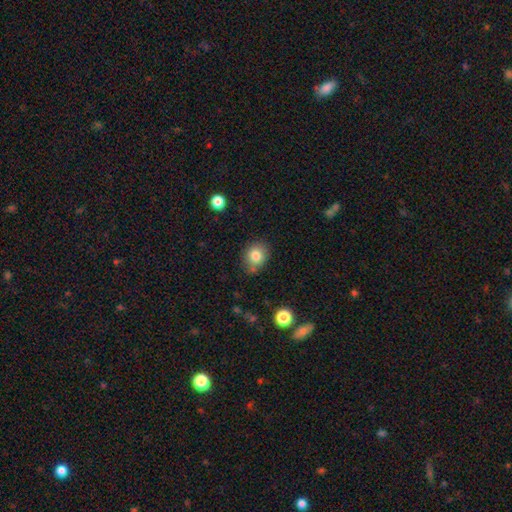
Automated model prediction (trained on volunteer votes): This is clearly a smooth galaxy (82%). How rounded: likely round (60%). Merging: likely none (74%).